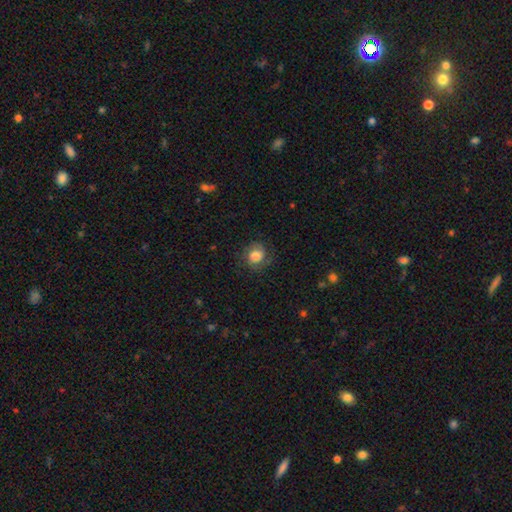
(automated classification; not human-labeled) A smooth galaxy with no disk features (54%) that is round (72%). Merging: none (74%).